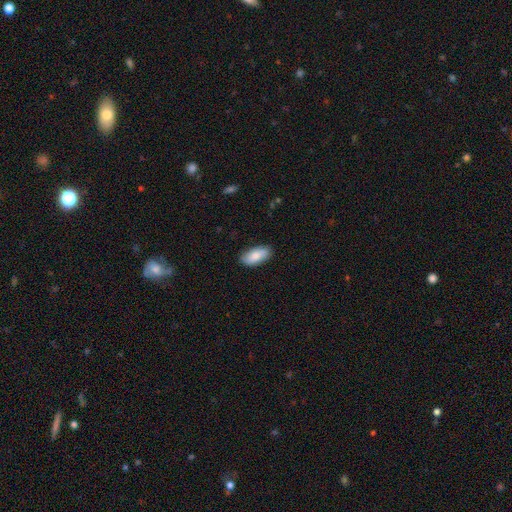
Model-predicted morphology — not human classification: type=smooth (84%); roundness=in between (90%); merging=none (87%).